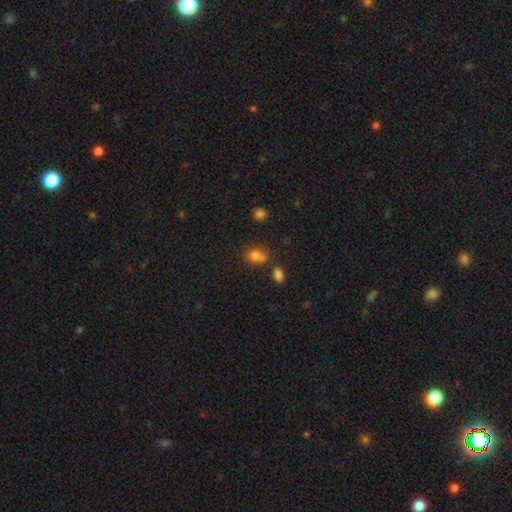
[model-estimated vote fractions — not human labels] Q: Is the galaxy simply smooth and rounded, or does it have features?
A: smooth — 74%.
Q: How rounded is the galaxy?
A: round — 55%.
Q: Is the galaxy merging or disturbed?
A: none — 44%.